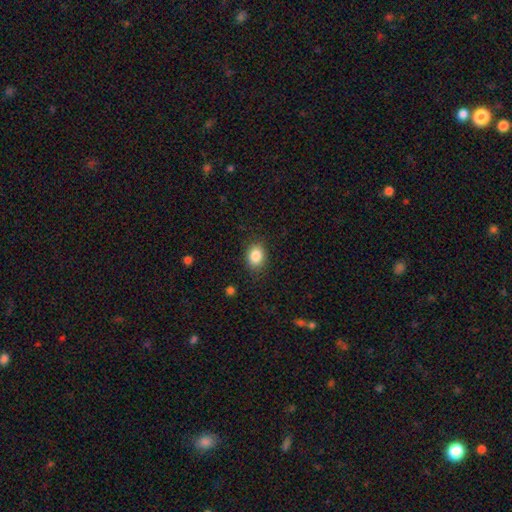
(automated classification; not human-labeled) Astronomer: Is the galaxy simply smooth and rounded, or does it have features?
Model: smooth — 86%.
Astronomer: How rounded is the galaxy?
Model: in between — 56% (runner-up: round, 43%).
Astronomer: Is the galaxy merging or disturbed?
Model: none — 85%.